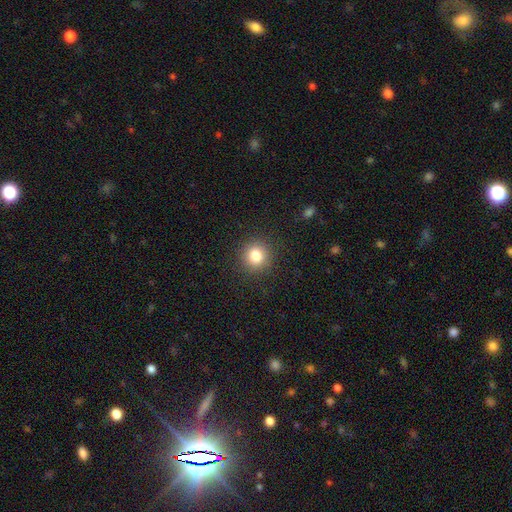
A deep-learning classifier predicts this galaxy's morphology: smooth-or-featured: smooth: 82% | star or artifact: 12% | featured or disk: 6%
  how-rounded: round: 90% | in between: 9% | cigar-shaped: 1%
  merging: none: 90% | minor disturbance: 6% | major disturbance: 3% | merger: 1%